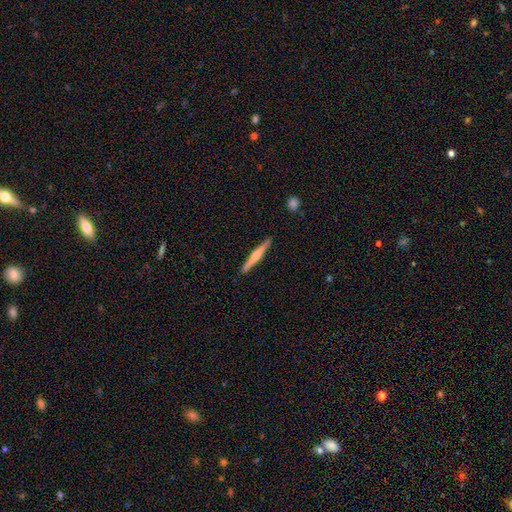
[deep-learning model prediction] A featured or disk galaxy (55%) viewed edge-on (98%) with a rounded central bulge (71%).

Vote fractions:
- Smooth or featured? featured or disk: 55% / smooth: 40% / star or artifact: 5%
- Edge-on disk? yes: 98% / no: 2%
- Edge-on bulge? rounded: 71% / none: 19% / boxy: 10%
- Merging? none: 91% / minor disturbance: 7% / major disturbance: 1% / merger: 1%